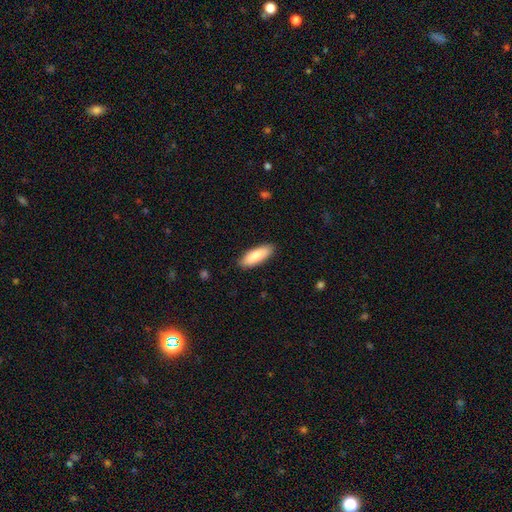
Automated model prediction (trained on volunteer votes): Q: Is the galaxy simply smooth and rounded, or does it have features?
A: smooth — 85%.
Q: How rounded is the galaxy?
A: in between — 60%.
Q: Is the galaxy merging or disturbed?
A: none — 88%.